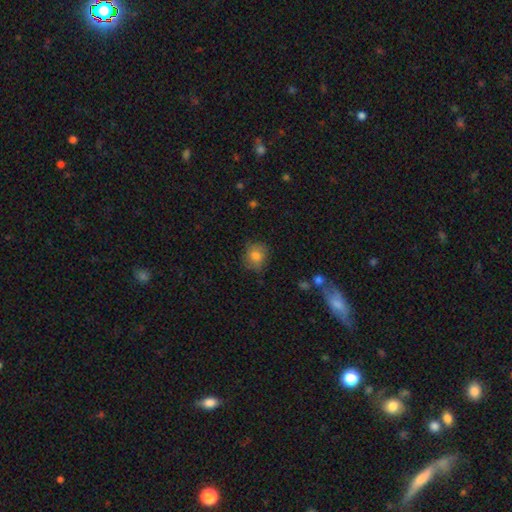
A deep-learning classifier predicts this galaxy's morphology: Smooth or featured: smooth — 74% (featured or disk — 17%)
How rounded: round — 75% (in between — 24%)
Merging: none — 71% (minor disturbance — 21%)